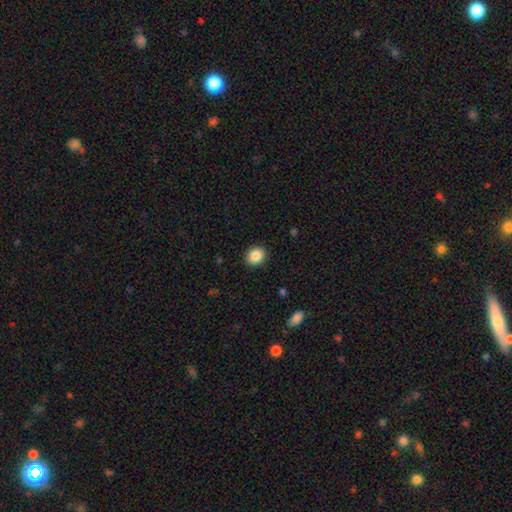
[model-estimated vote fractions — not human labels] Smooth or featured?
  - smooth: 87% *
  - star or artifact: 9%
  - featured or disk: 4%
How rounded?
  - round: 67% *
  - in between: 32%
  - cigar-shaped: 1%
Merging?
  - none: 90% *
  - minor disturbance: 7%
  - major disturbance: 2%
  - merger: 1%